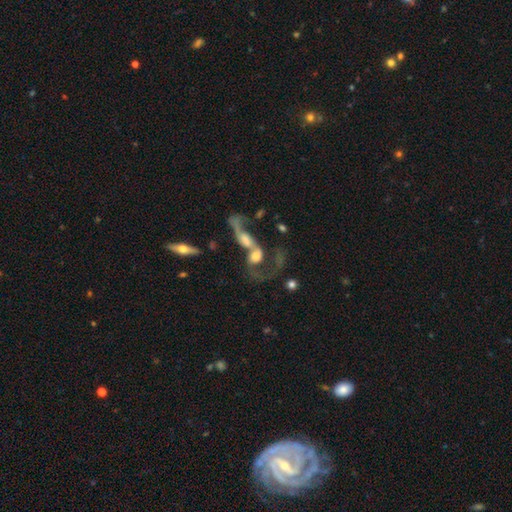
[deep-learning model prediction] A featured or disk galaxy (55%). Merging: merger (74%).